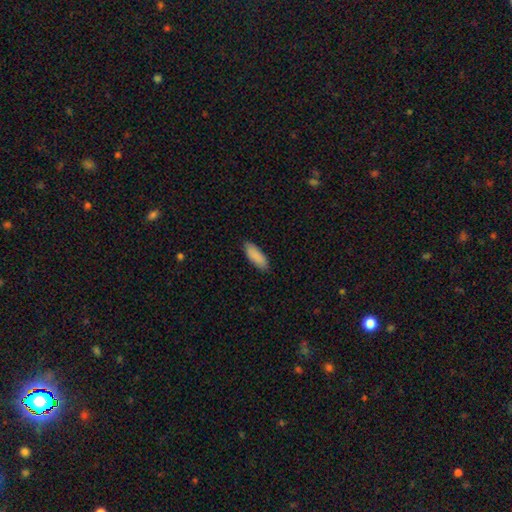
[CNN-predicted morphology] Smooth or featured? Predicted: smooth (p=0.90). How rounded? Predicted: in between (p=0.72). Merging? Predicted: none (p=0.87).